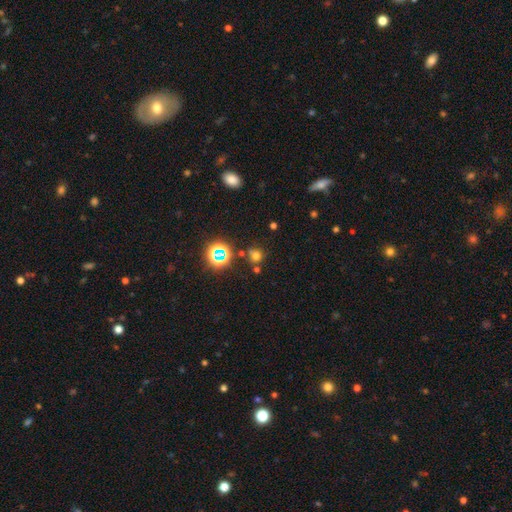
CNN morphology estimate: smooth 62%, star or artifact 30%, featured or disk 8%. Down the decision tree: how rounded — round (85%); merging — none (71%).